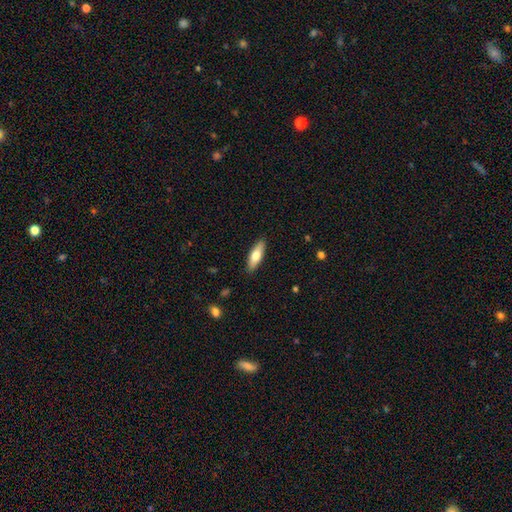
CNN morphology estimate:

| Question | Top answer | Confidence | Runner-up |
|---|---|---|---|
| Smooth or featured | smooth | 68% | featured or disk (26%) |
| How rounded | in between | 52% | cigar-shaped (46%) |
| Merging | none | 89% | minor disturbance (8%) |